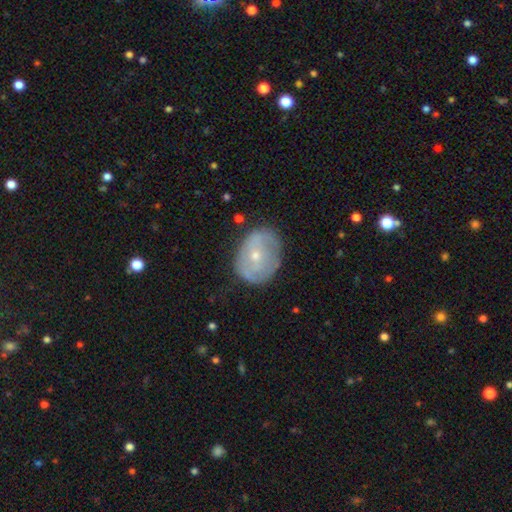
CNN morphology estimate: A featured or disk galaxy (55%) with no bar (74%), spiral arms (51%) and a small central bulge (63%). Merging: none (66%).